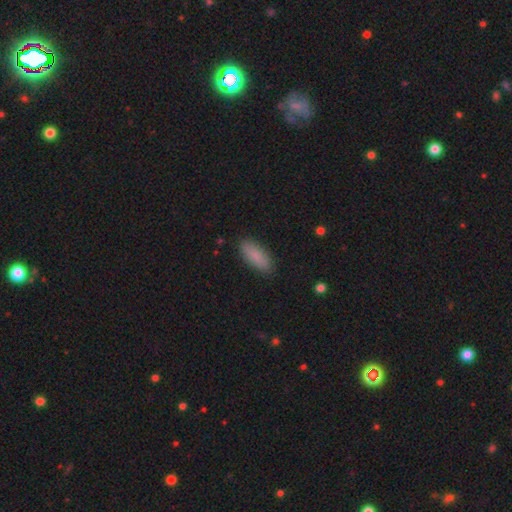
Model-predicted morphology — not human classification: smooth 87%, featured or disk 7%, star or artifact 7%. Down the decision tree: how rounded — in between (73%); merging — none (87%).